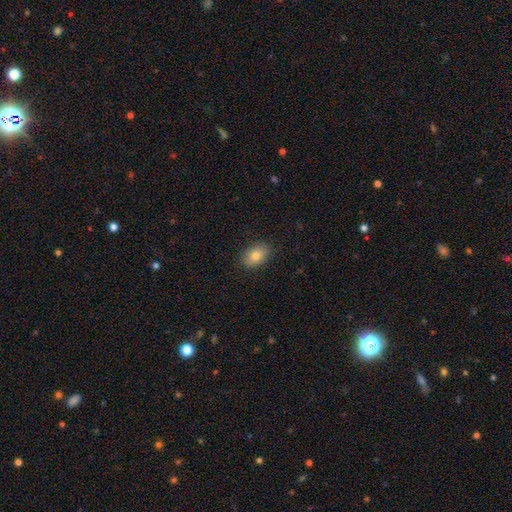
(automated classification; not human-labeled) smooth-or-featured: smooth: 82% | featured or disk: 9% | star or artifact: 8%
  how-rounded: in between: 86% | round: 13% | cigar-shaped: 1%
  merging: none: 88% | minor disturbance: 9% | major disturbance: 2% | merger: 1%